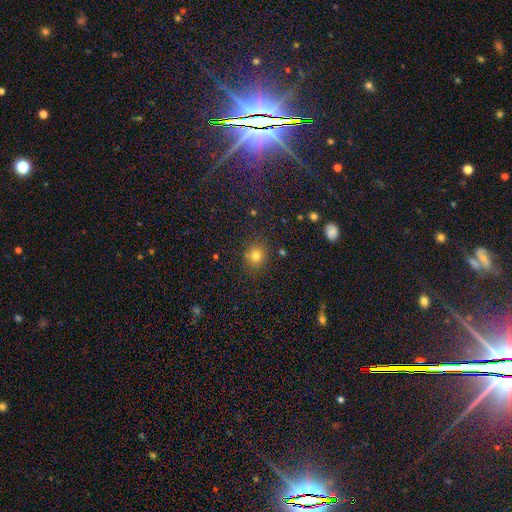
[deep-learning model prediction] A smooth galaxy with no disk features (77%) that is round (84%). Merging: none (81%).